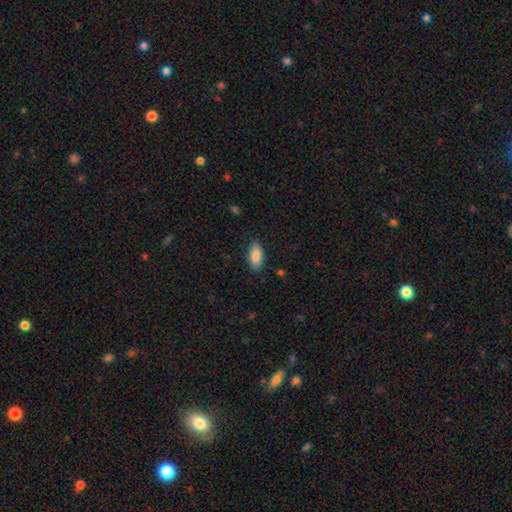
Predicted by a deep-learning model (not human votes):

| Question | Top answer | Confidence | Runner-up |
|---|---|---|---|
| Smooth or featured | smooth | 88% | star or artifact (6%) |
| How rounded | in between | 89% | cigar-shaped (9%) |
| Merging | none | 85% | minor disturbance (11%) |